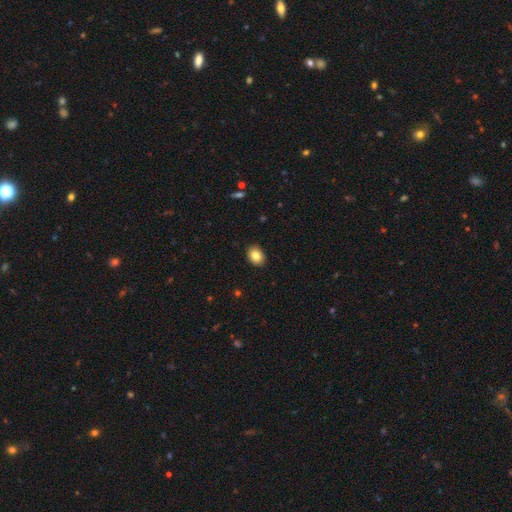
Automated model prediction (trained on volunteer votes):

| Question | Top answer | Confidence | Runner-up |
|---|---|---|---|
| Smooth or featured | smooth | 85% | star or artifact (9%) |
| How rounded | in between | 60% | round (39%) |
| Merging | none | 90% | minor disturbance (7%) |